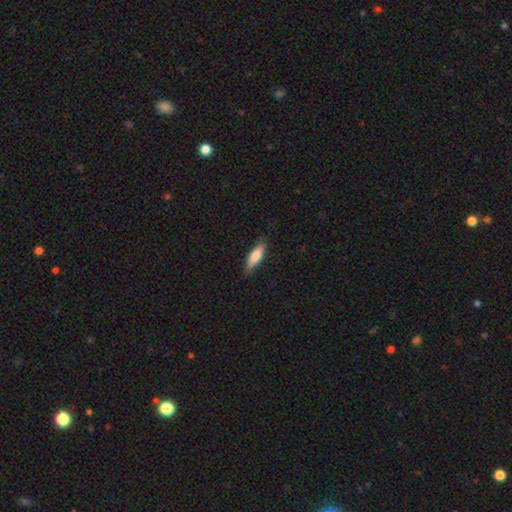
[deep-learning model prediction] smooth_or_featured: smooth (p=0.76) [alt: featured or disk p=0.18]
how_rounded: cigar-shaped (p=0.53) [alt: in between p=0.45]
merging: none (p=0.81) [alt: minor disturbance p=0.15]